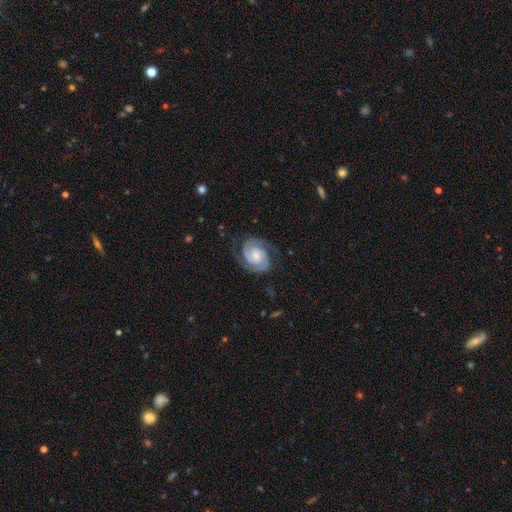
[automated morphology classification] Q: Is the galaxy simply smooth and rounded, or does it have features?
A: featured or disk — 90%.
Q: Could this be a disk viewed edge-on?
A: no — 98%.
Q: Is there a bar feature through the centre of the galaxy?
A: no — 61%.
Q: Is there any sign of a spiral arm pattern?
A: yes — 98%.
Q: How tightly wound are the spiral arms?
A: tight — 64%.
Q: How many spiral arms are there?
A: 2 — 91%.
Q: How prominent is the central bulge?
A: small — 52%.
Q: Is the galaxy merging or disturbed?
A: none — 79%.